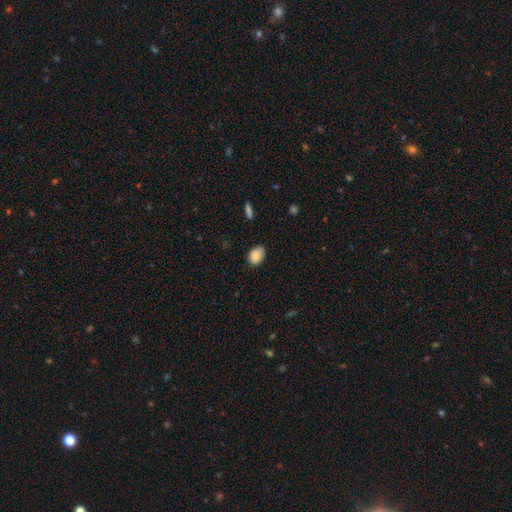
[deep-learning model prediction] This is clearly a smooth galaxy (87%). How rounded: likely in between (74%). Merging: likely none (76%).